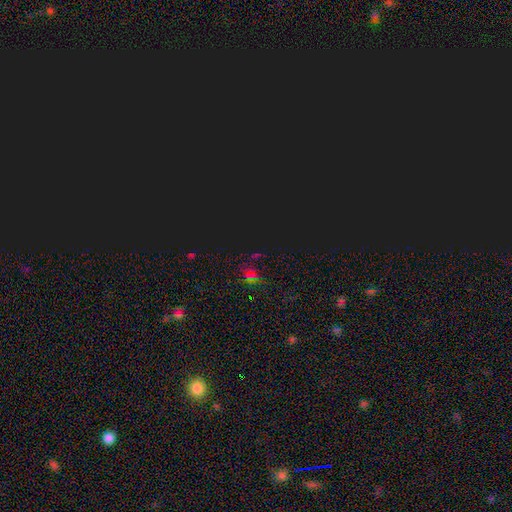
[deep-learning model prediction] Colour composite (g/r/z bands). It shows a star or artifact, not a galaxy (74%).